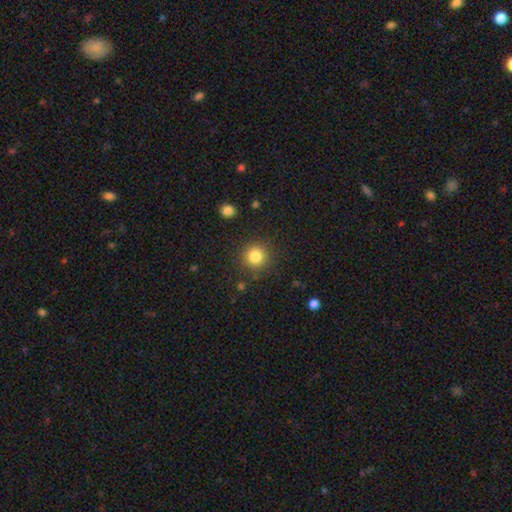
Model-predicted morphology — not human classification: This is clearly a smooth galaxy (83%). How rounded: clearly round (94%). Merging: clearly none (88%).